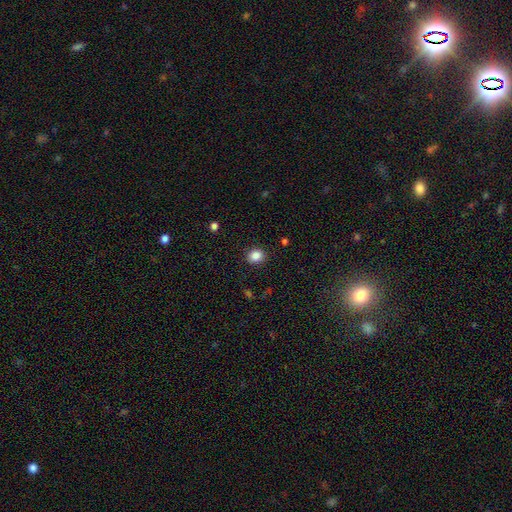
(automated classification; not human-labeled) Smooth or featured? Predicted: smooth (p=0.86). How rounded? Predicted: round (p=0.63). Merging? Predicted: none (p=0.89).